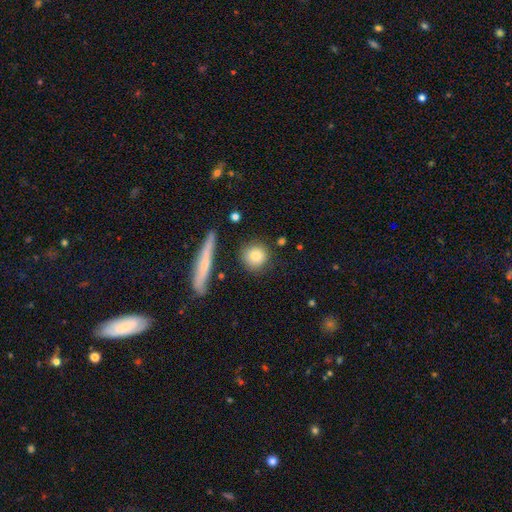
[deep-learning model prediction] The model was most divided on "smooth or featured": smooth: 81%, featured or disk: 12%, star or artifact: 8%. More confident: how rounded — round (85%); merging — none (82%).